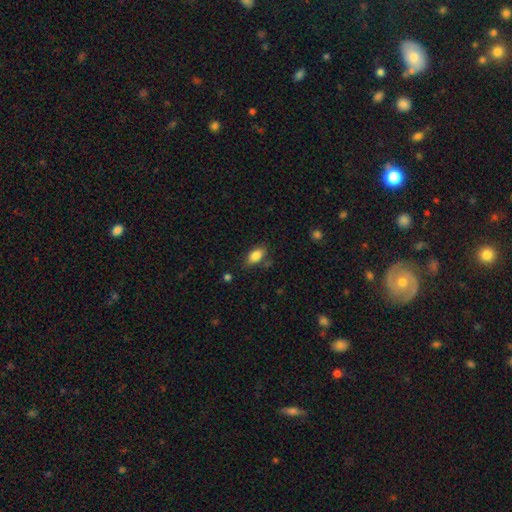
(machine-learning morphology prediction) smooth-or-featured: smooth: 84% | featured or disk: 8% | star or artifact: 8%
  how-rounded: in between: 89% | cigar-shaped: 5% | round: 5%
  merging: none: 75% | minor disturbance: 17% | major disturbance: 4% | merger: 4%